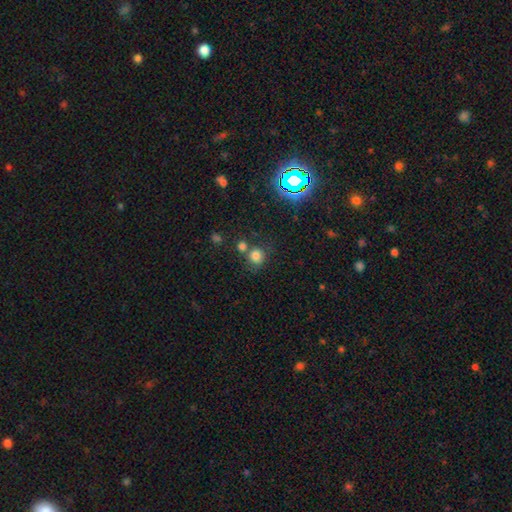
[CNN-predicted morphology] Smooth or featured: smooth — 76% (star or artifact — 17%)
How rounded: round — 88% (in between — 11%)
Merging: none — 62% (merger — 23%)